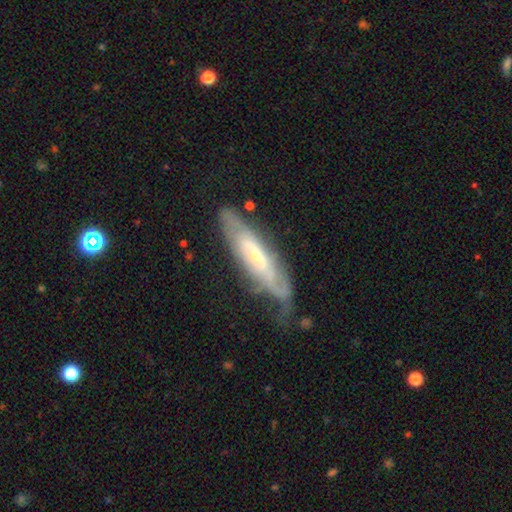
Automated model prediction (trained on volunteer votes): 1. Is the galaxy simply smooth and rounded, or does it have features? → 71% featured or disk, 23% smooth, 6% star or artifact.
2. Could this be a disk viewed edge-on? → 64% no, 36% yes.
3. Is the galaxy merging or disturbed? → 57% none, 28% minor disturbance, 13% major disturbance, 3% merger.